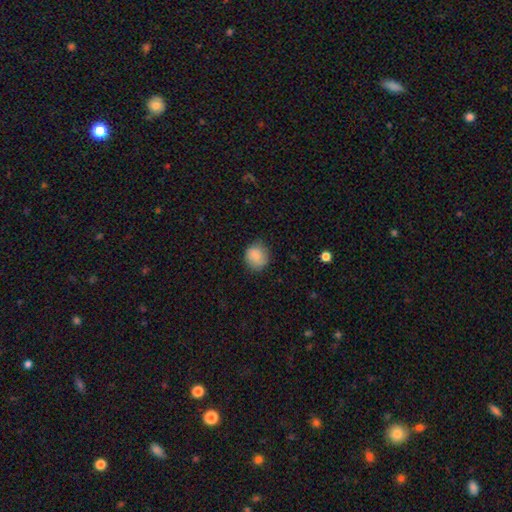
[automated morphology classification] This is clearly a smooth galaxy (85%). How rounded: clearly round (81%). Merging: likely none (78%).